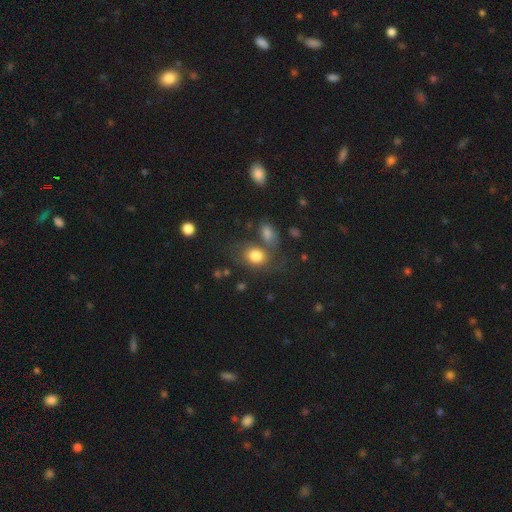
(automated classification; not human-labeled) This appears to be a smooth galaxy with no disk features (80%) that is in between round and cigar-shaped (53%). Merging: none (54%).